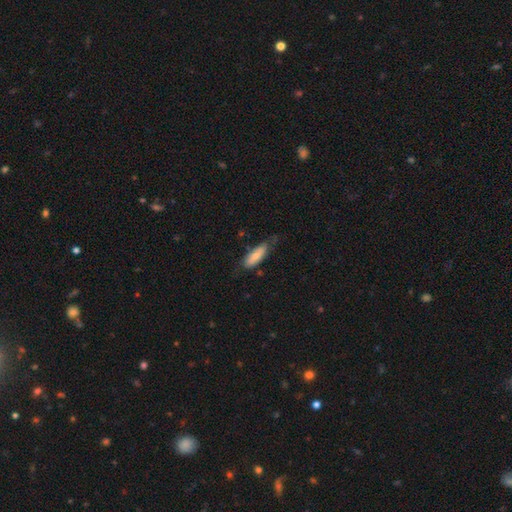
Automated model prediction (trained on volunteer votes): Q: Smooth or featured?
A: smooth (72%); runner-up: featured or disk (22%)
Q: How rounded?
A: in between (62%); runner-up: cigar-shaped (36%)
Q: Merging?
A: none (57%); runner-up: minor disturbance (32%)